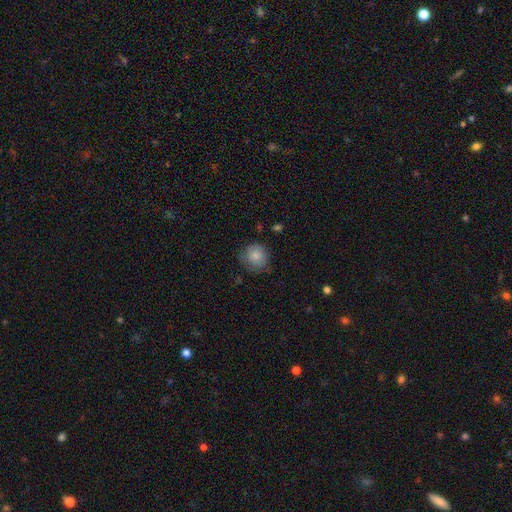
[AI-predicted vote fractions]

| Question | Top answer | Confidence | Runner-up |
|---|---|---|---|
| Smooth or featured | smooth | 81% | featured or disk (11%) |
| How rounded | round | 89% | in between (10%) |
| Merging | none | 69% | minor disturbance (23%) |